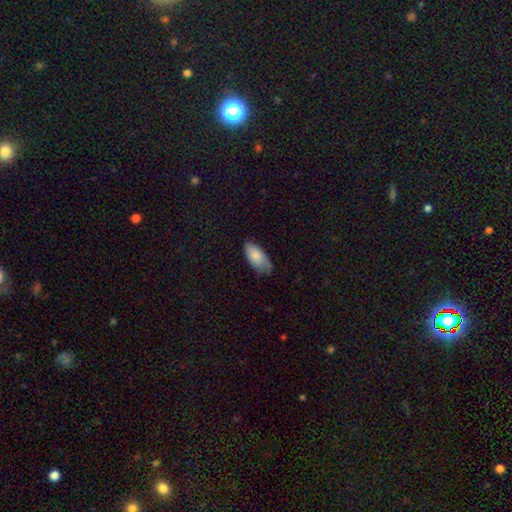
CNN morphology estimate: A smooth galaxy with no disk features (80%) that is in between round and cigar-shaped (93%).

Vote fractions:
- Smooth or featured? smooth: 80% / featured or disk: 14% / star or artifact: 6%
- How rounded? in between: 93% / cigar-shaped: 5% / round: 2%
- Merging? none: 59% / minor disturbance: 33% / major disturbance: 6% / merger: 1%